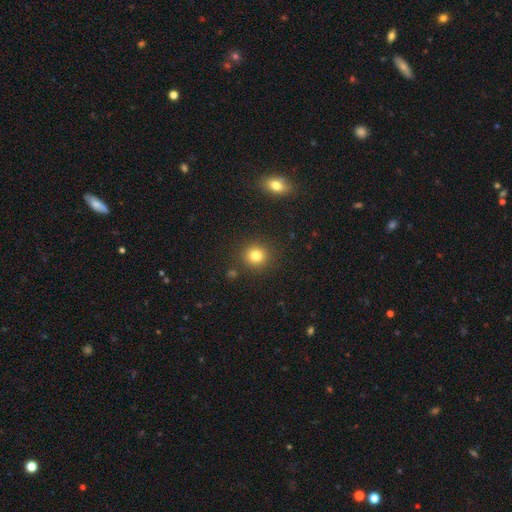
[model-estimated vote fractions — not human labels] A smooth galaxy with no disk features (81%) that is round (90%). Merging: none (88%).